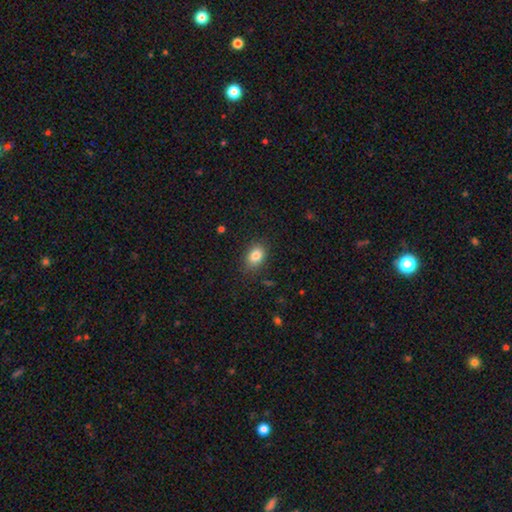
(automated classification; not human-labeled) Morphology: type=smooth (84%); roundness=in between (75%); merging=none (83%).